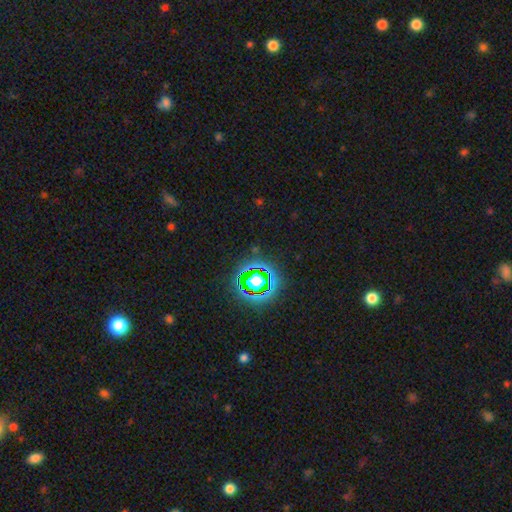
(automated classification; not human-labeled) star or artifact 75%, smooth 16%, featured or disk 9%.